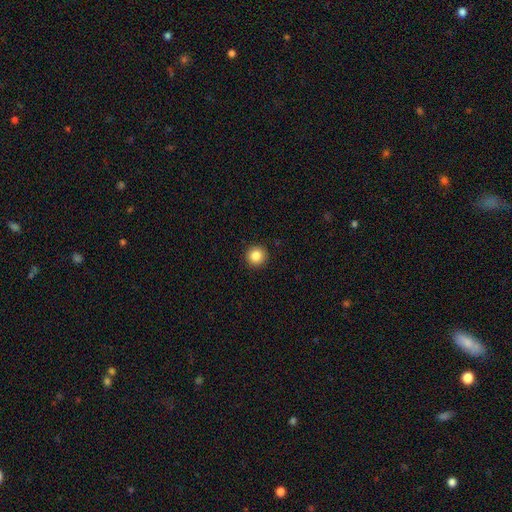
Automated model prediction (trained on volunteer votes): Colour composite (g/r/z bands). It shows a smooth galaxy with no disk features (85%) that is round (95%). Merging: none (93%).